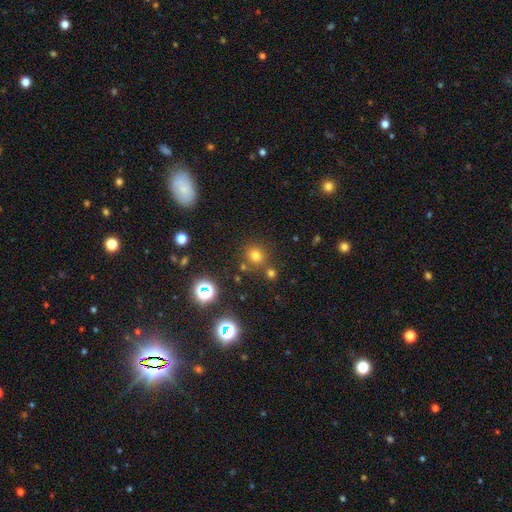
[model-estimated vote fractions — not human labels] This is likely a smooth galaxy (70%). How rounded: clearly round (81%). Merging: likely none (75%).